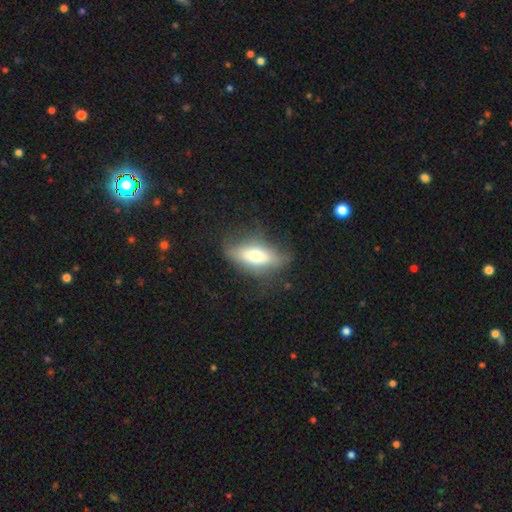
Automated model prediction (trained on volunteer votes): A smooth galaxy with no disk features (57%) that is in between round and cigar-shaped (72%).

Vote fractions:
- Smooth or featured? smooth: 57% / featured or disk: 36% / star or artifact: 8%
- How rounded? in between: 72% / cigar-shaped: 23% / round: 5%
- Merging? none: 64% / minor disturbance: 23% / major disturbance: 11% / merger: 2%